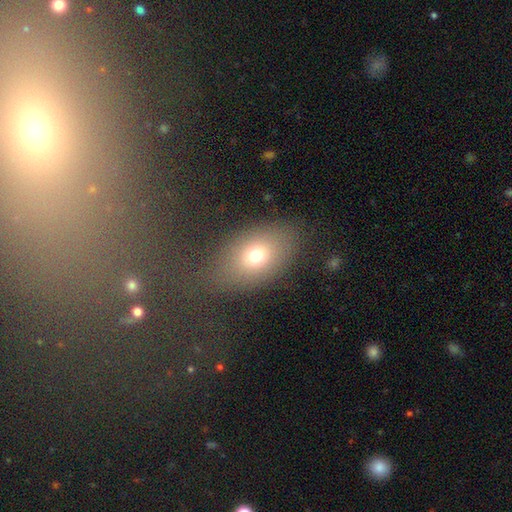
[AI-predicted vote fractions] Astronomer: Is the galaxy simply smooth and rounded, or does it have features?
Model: smooth — 71%.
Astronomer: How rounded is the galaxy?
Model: in between — 72%.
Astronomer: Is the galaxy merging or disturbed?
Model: none — 63%.